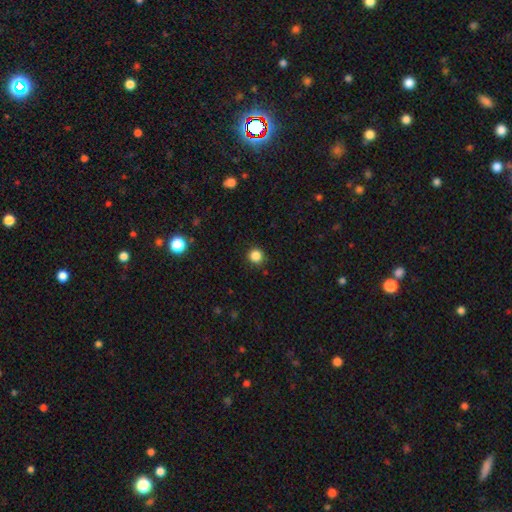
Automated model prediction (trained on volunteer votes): Smooth or featured?
  - smooth: 85% *
  - star or artifact: 12%
  - featured or disk: 3%
How rounded?
  - round: 95% *
  - in between: 4%
  - cigar-shaped: 1%
Merging?
  - none: 91% *
  - minor disturbance: 6%
  - major disturbance: 2%
  - merger: 1%